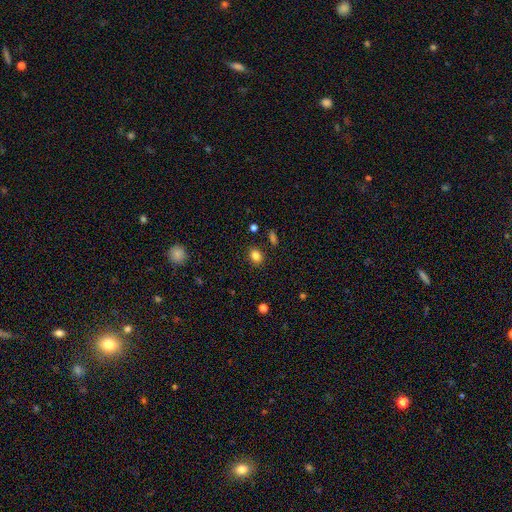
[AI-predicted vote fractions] Smooth or featured? Predicted: smooth (p=0.83). How rounded? Predicted: in between (p=0.50). Merging? Predicted: none (p=0.87).